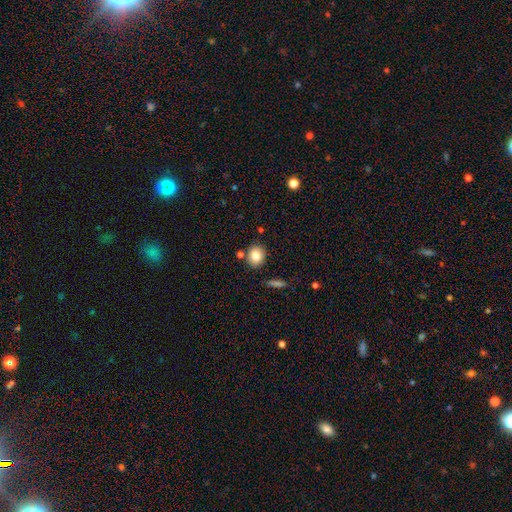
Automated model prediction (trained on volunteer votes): smooth 82%, star or artifact 9%, featured or disk 9%. Down the decision tree: how rounded — round (64%); merging — none (80%).